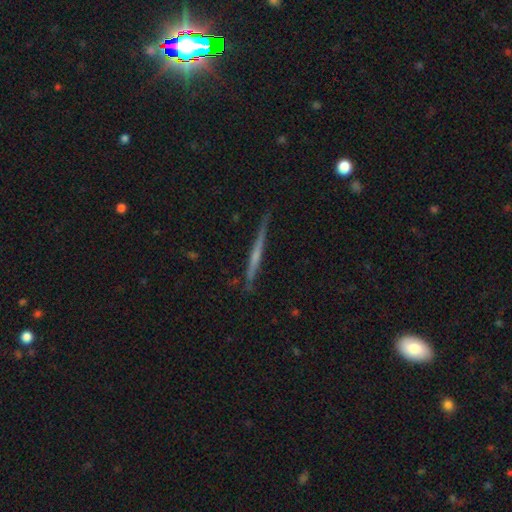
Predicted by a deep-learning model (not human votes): A featured or disk galaxy (64%) viewed edge-on (98%) with no central bulge (66%).

Vote fractions:
- Smooth or featured? featured or disk: 64% / smooth: 30% / star or artifact: 7%
- Edge-on disk? yes: 98% / no: 2%
- Edge-on bulge? none: 66% / rounded: 26% / boxy: 8%
- Merging? none: 86% / minor disturbance: 11% / major disturbance: 2% / merger: 1%